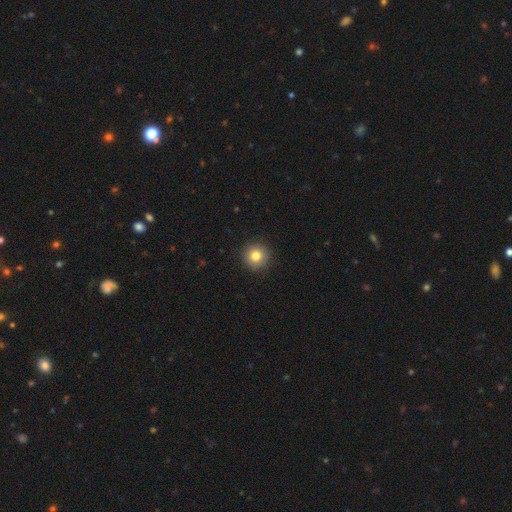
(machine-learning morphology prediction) Smooth or featured?
  - smooth: 80% *
  - star or artifact: 12%
  - featured or disk: 9%
How rounded?
  - round: 95% *
  - in between: 4%
  - cigar-shaped: 1%
Merging?
  - none: 91% *
  - minor disturbance: 6%
  - major disturbance: 2%
  - merger: 1%